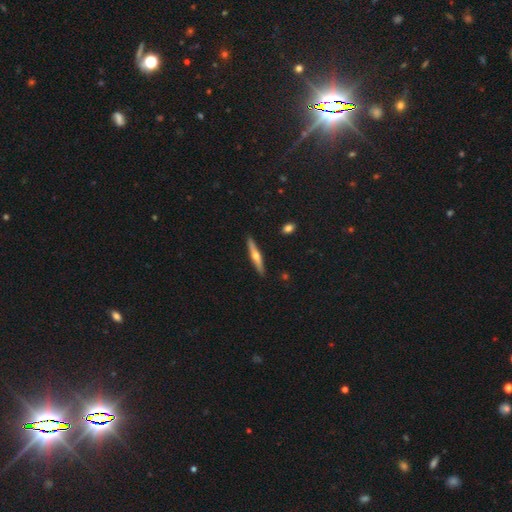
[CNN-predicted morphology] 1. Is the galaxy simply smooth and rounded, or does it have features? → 59% featured or disk, 35% smooth, 6% star or artifact.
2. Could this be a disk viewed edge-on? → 96% yes, 4% no.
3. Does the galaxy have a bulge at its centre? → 91% rounded, 6% none, 2% boxy.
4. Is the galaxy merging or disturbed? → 90% none, 7% minor disturbance, 1% merger, 1% major disturbance.